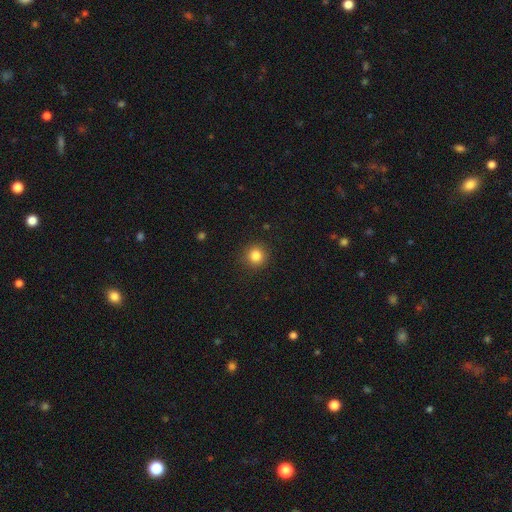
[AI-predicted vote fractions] smooth_or_featured: smooth (p=0.84) [alt: star or artifact p=0.11]
how_rounded: round (p=0.93) [alt: in between p=0.06]
merging: none (p=0.91) [alt: minor disturbance p=0.06]